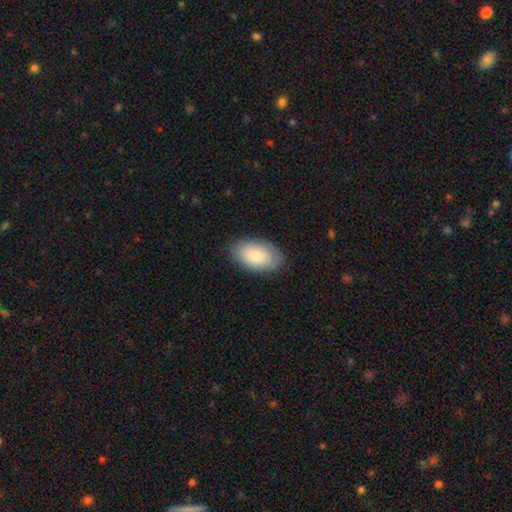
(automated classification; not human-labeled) This appears to be a smooth galaxy with no disk features (80%) that is in between round and cigar-shaped (94%). Merging: none (83%).